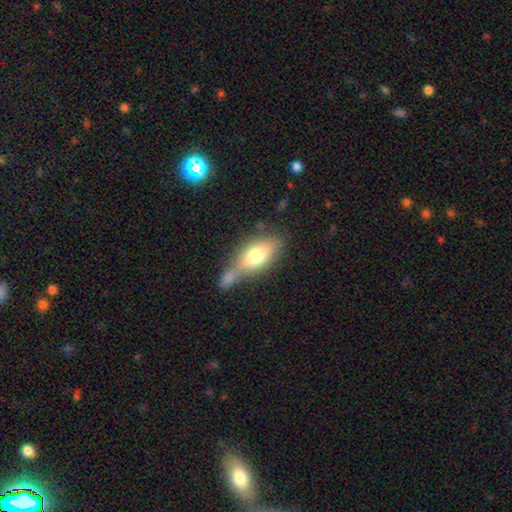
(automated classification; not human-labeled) Smooth or featured? smooth (59%)
How rounded? in between (76%)
Merging? none (40%)